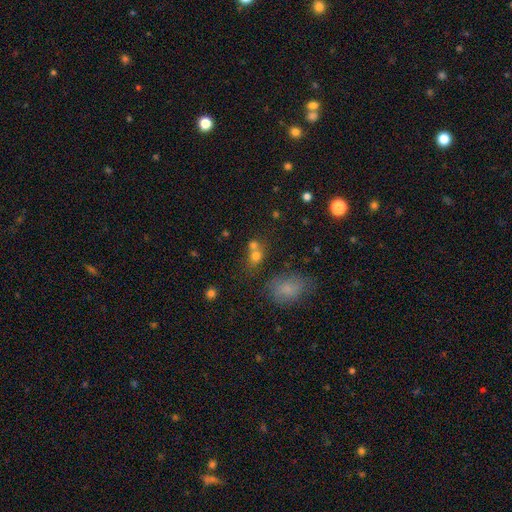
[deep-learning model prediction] Overall: smooth (71%). How rounded: round (65%; in between 33%). Merging: merger (46%; none 40%).